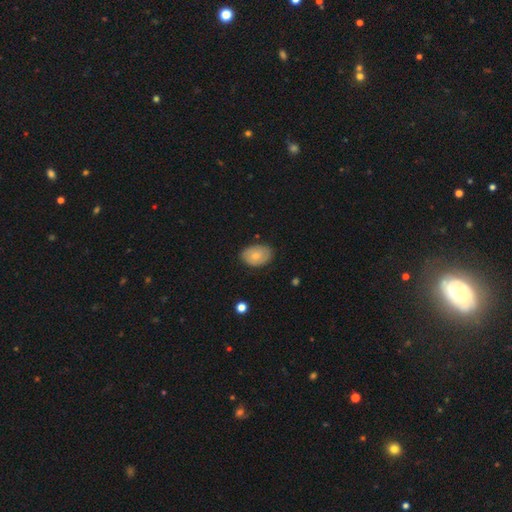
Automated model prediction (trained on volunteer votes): Q: Smooth or featured?
A: smooth (73%); runner-up: featured or disk (21%)
Q: How rounded?
A: in between (83%); runner-up: round (16%)
Q: Merging?
A: none (77%); runner-up: minor disturbance (18%)